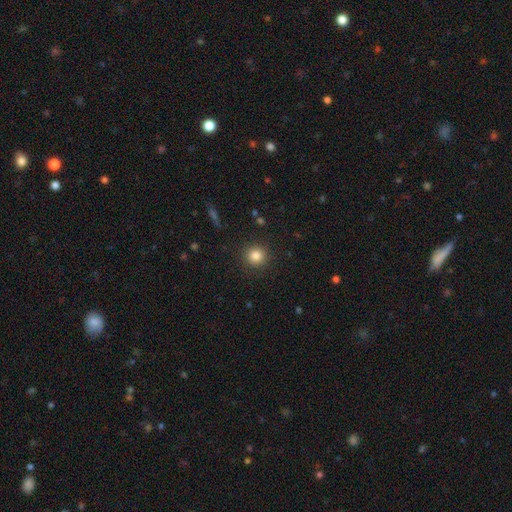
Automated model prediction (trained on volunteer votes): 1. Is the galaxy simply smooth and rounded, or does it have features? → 83% smooth, 12% star or artifact, 5% featured or disk.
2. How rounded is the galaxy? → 94% round, 5% in between, 1% cigar-shaped.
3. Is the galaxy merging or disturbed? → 91% none, 6% minor disturbance, 2% major disturbance, 1% merger.